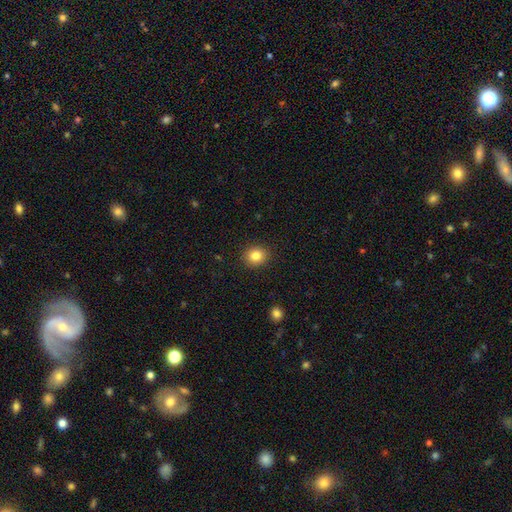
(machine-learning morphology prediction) Smooth or featured? smooth (84%)
How rounded? round (77%)
Merging? none (90%)